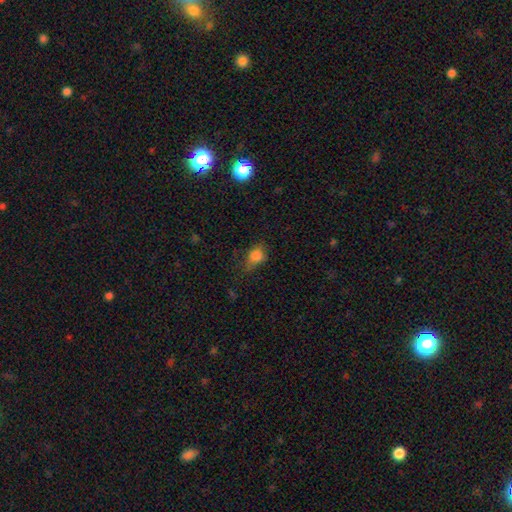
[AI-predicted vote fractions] This appears to be a smooth galaxy with no disk features (80%) that is in between round and cigar-shaped (57%). Merging: none (45%).